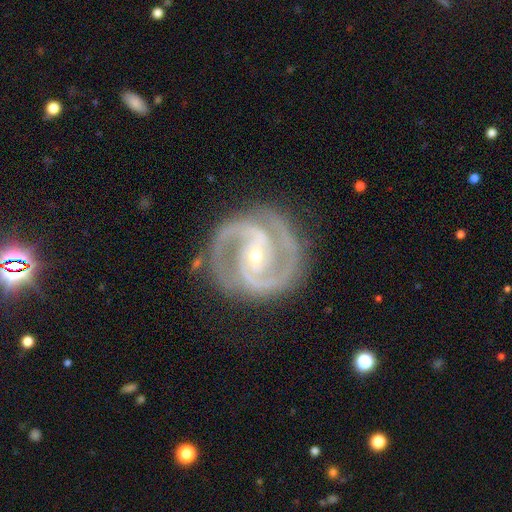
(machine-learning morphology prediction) featured or disk 93%, star or artifact 5%, smooth 3%. Down the decision tree: edge-on disk — no (98%); bar — strong (36%); spiral arms — yes (99%); spiral arm count — 2 (87%); spiral winding — medium (48%); bulge size — small (74%); merging — none (80%).